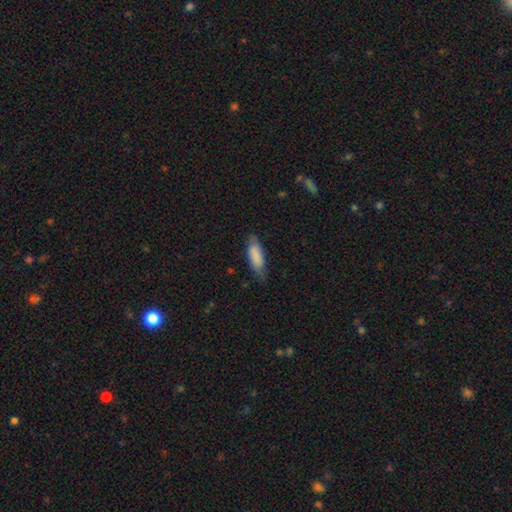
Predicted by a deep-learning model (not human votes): smooth_or_featured: smooth (p=0.82) [alt: featured or disk p=0.12]
how_rounded: in between (p=0.63) [alt: cigar-shaped p=0.35]
merging: none (p=0.68) [alt: minor disturbance p=0.25]